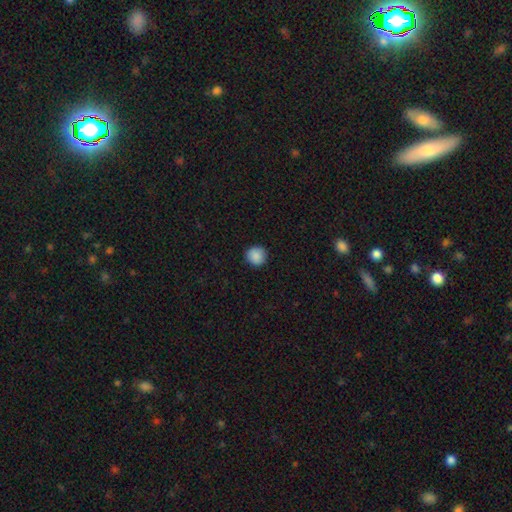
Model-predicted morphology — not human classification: smooth 89%, star or artifact 8%, featured or disk 3%. Down the decision tree: how rounded — round (94%); merging — none (91%).